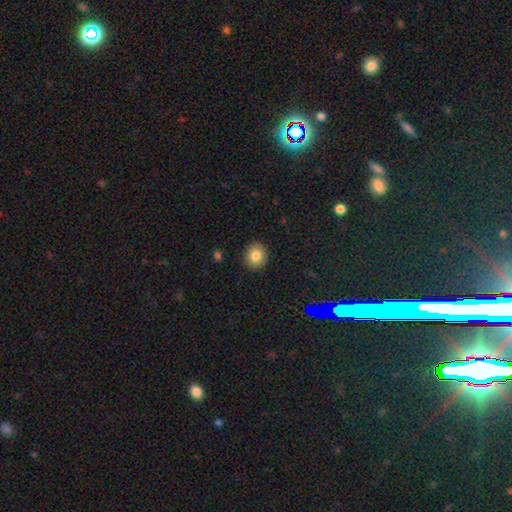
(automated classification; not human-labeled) This appears to be a smooth galaxy with no disk features (83%) that is round (70%). Merging: none (89%).